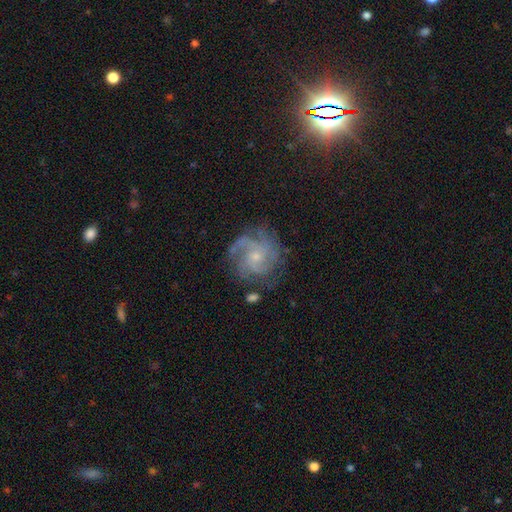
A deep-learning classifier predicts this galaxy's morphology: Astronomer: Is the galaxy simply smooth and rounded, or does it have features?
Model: featured or disk — 84%.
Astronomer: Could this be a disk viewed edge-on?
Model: no — 98%.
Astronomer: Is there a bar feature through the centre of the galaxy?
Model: no — 70%.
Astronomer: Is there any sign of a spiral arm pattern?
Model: yes — 96%.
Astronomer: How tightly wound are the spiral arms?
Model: tight — 51% (runner-up: medium, 39%).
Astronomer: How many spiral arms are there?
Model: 3 — 34% (runner-up: can't tell, 21%).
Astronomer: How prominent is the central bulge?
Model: small — 68%.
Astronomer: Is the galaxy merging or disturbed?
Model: none — 71%.